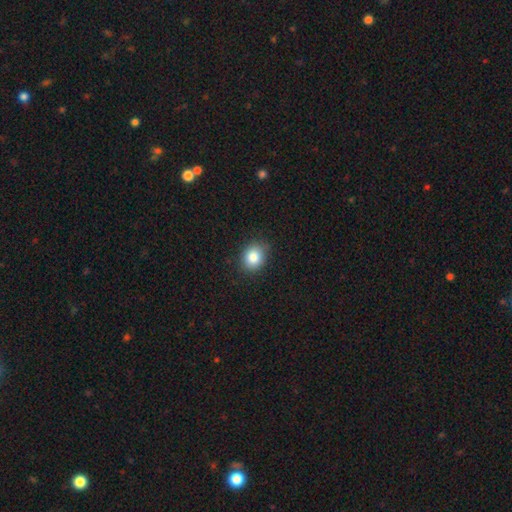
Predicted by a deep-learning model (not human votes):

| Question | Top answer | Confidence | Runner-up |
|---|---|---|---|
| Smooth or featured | smooth | 83% | star or artifact (11%) |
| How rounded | round | 64% | in between (35%) |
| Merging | none | 88% | minor disturbance (9%) |